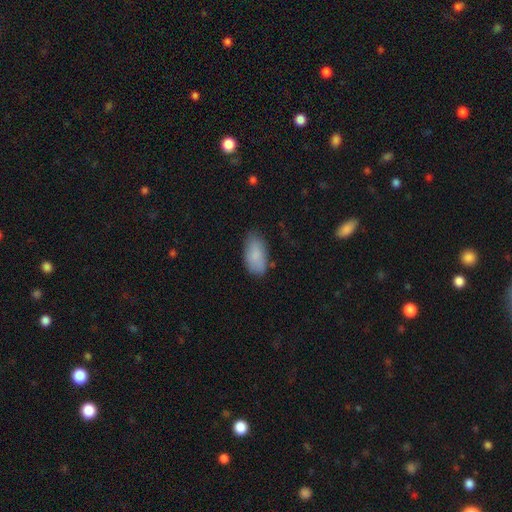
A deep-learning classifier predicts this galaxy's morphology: Smooth or featured?
  - smooth: 84% *
  - featured or disk: 9%
  - star or artifact: 6%
How rounded?
  - in between: 93% *
  - cigar-shaped: 4%
  - round: 2%
Merging?
  - none: 73% *
  - minor disturbance: 21%
  - major disturbance: 4%
  - merger: 2%